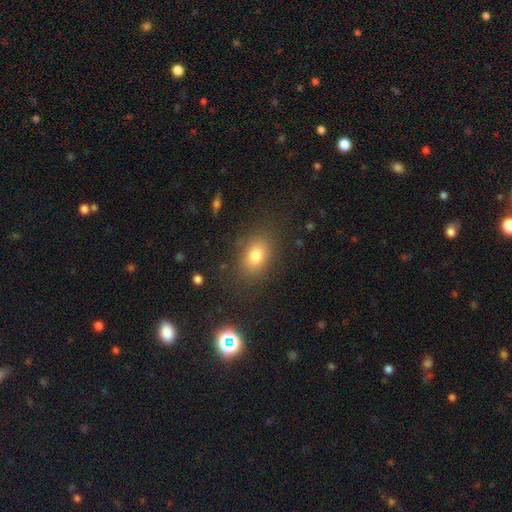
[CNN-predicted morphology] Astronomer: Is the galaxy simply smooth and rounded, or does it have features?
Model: smooth — 78%.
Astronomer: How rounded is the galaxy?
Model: in between — 72%.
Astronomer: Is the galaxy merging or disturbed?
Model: none — 82%.